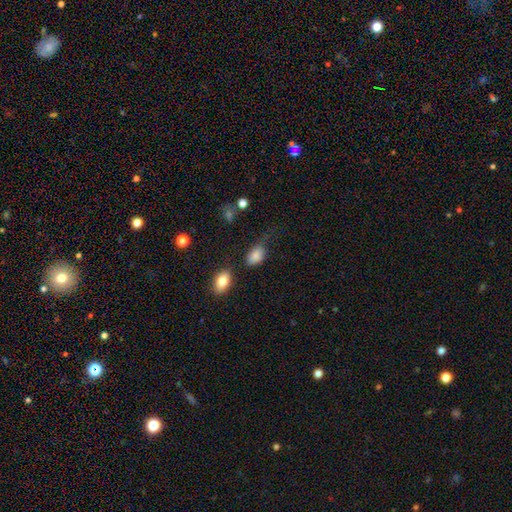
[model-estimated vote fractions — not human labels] Smooth or featured? Predicted: smooth (p=0.84). How rounded? Predicted: in between (p=0.89). Merging? Predicted: none (p=0.54).